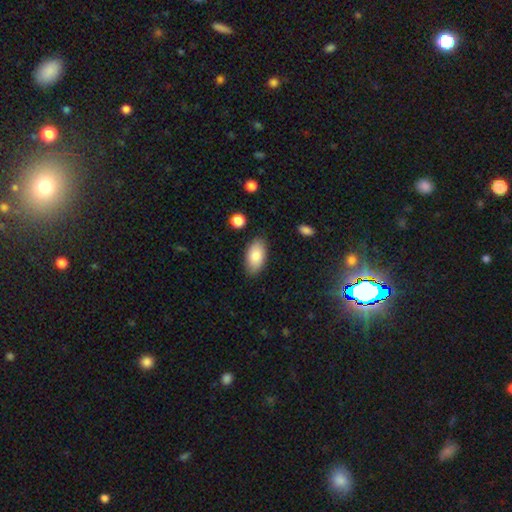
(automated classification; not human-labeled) A smooth galaxy with no disk features (86%) that is in between round and cigar-shaped (94%).

Vote fractions:
- Smooth or featured? smooth: 86% / featured or disk: 8% / star or artifact: 6%
- How rounded? in between: 94% / round: 3% / cigar-shaped: 3%
- Merging? none: 85% / minor disturbance: 11% / major disturbance: 3% / merger: 2%